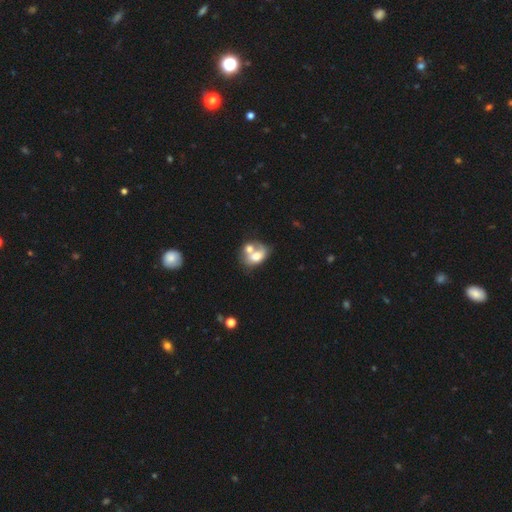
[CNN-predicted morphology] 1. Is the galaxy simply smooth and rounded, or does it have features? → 63% smooth, 28% featured or disk, 9% star or artifact.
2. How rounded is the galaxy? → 73% in between, 26% round, 2% cigar-shaped.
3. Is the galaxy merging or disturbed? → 62% merger, 21% none, 10% minor disturbance, 7% major disturbance.